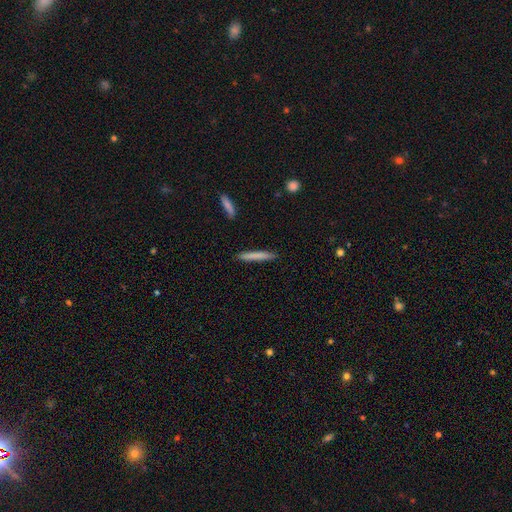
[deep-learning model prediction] The model was most divided on "smooth or featured": smooth: 76%, featured or disk: 18%, star or artifact: 6%. More confident: how rounded — cigar-shaped (96%); merging — none (90%).